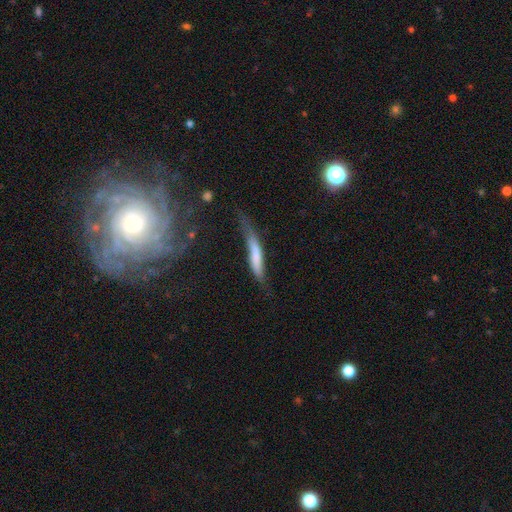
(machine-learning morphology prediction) smooth 66%, featured or disk 28%, star or artifact 6%. Down the decision tree: how rounded — cigar-shaped (88%); merging — none (36%, tied with minor disturbance).